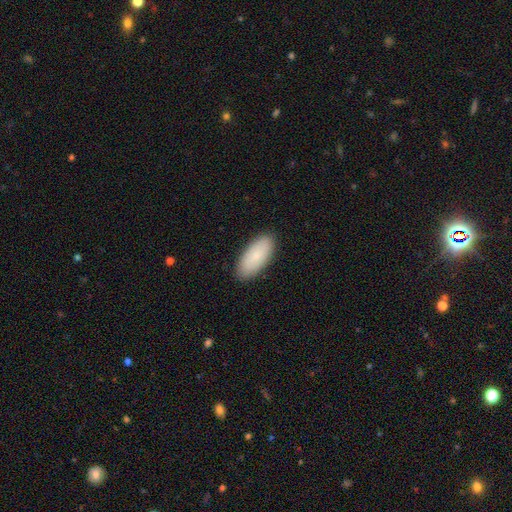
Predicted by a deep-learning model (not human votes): This appears to be a smooth galaxy with no disk features (85%) that is in between round and cigar-shaped (90%). Merging: none (89%).